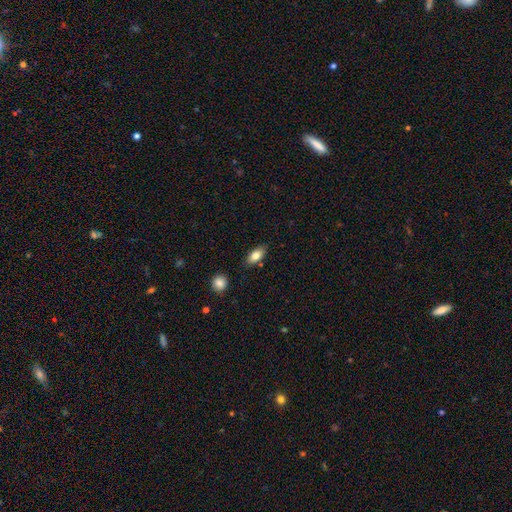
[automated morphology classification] smooth-or-featured: smooth: 81% | featured or disk: 12% | star or artifact: 7%
  how-rounded: in between: 87% | cigar-shaped: 9% | round: 4%
  merging: none: 83% | minor disturbance: 12% | merger: 3% | major disturbance: 2%